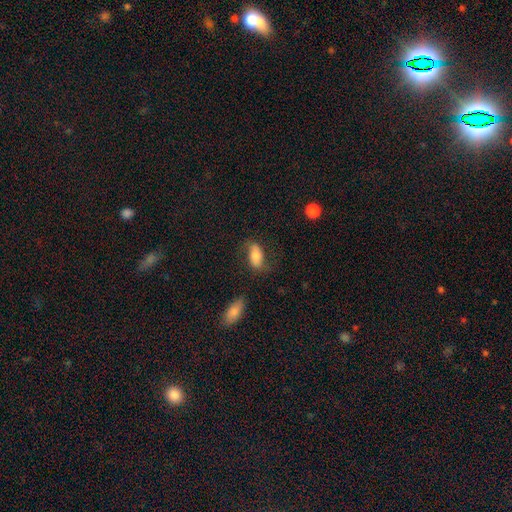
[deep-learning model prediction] Overall: smooth (66%; featured or disk 27%). How rounded: in between (88%). Merging: none (65%).